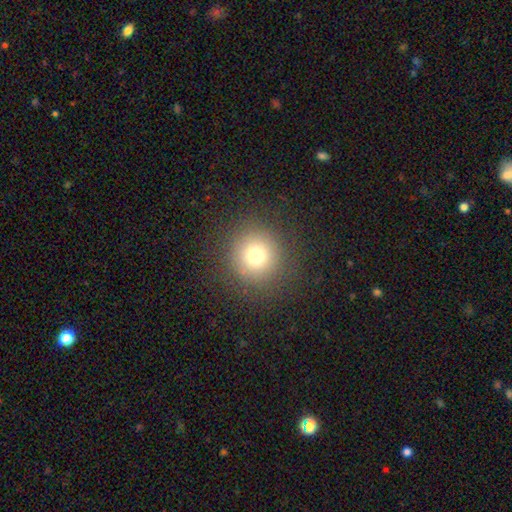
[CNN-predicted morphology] The model was most divided on "smooth or featured": smooth: 72%, star or artifact: 18%, featured or disk: 10%. More confident: how rounded — round (95%); merging — none (88%).